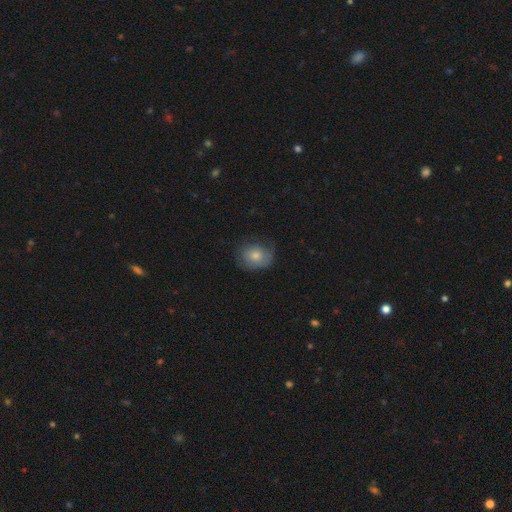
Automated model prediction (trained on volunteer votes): This appears to be a smooth galaxy with no disk features (73%) that is round (61%). Merging: none (61%).